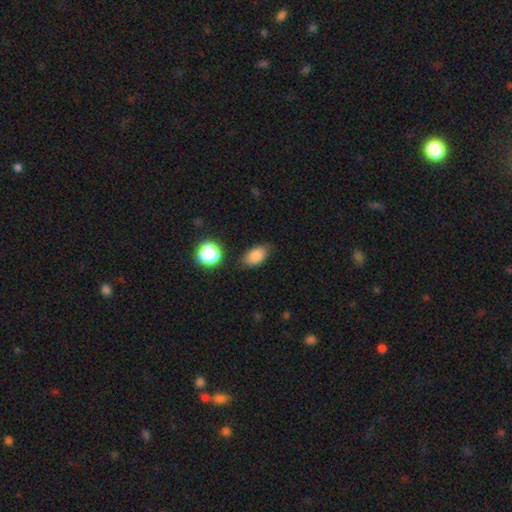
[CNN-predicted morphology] Smooth or featured? smooth (82%)
How rounded? in between (87%)
Merging? none (77%)